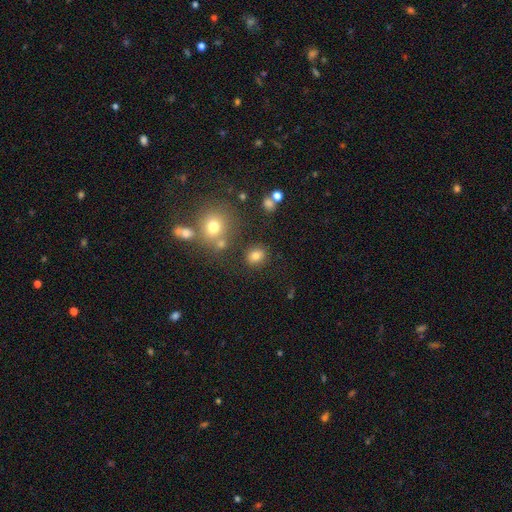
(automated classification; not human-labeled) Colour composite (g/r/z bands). It shows a smooth galaxy with no disk features (78%) that is round (66%). Merging: none (82%).